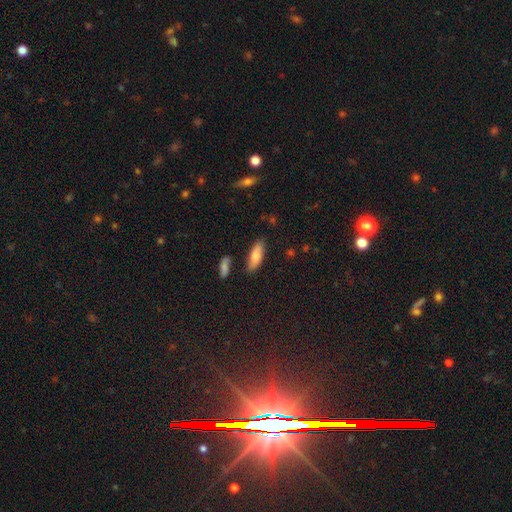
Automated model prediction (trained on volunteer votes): Overall: smooth (78%). How rounded: in between (65%; cigar-shaped 32%). Merging: none (77%).